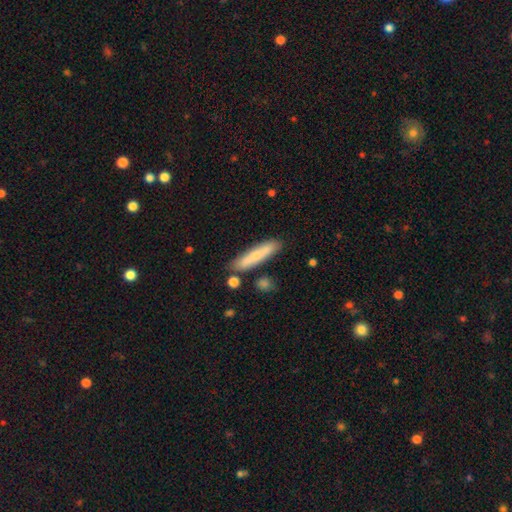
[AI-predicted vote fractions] A smooth galaxy with no disk features (67%) that is cigar-shaped (84%). Merging: none (77%).